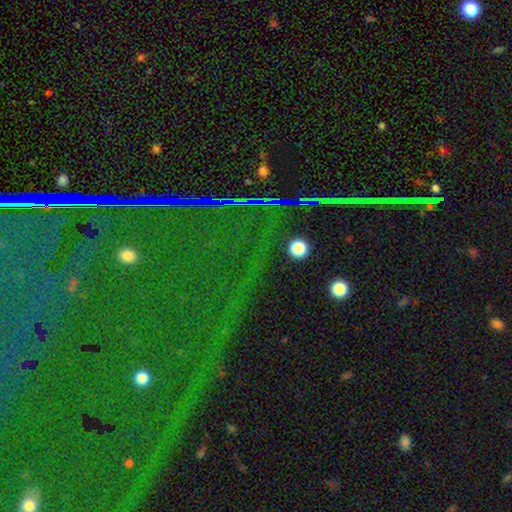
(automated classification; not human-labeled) Overall: star or artifact (83%).